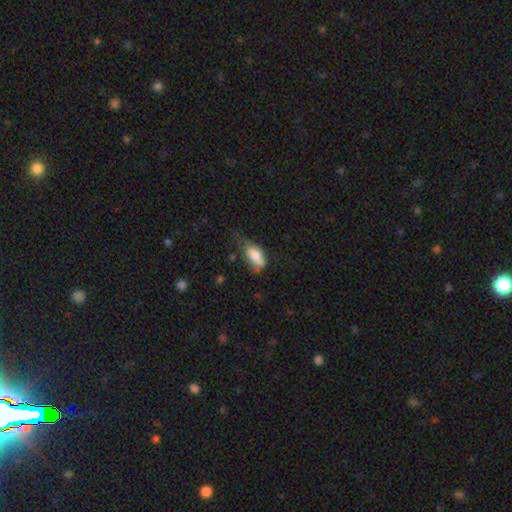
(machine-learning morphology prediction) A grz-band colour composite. It shows a smooth galaxy with no disk features (76%) that is in between round and cigar-shaped (88%). Merging: minor disturbance (40%).